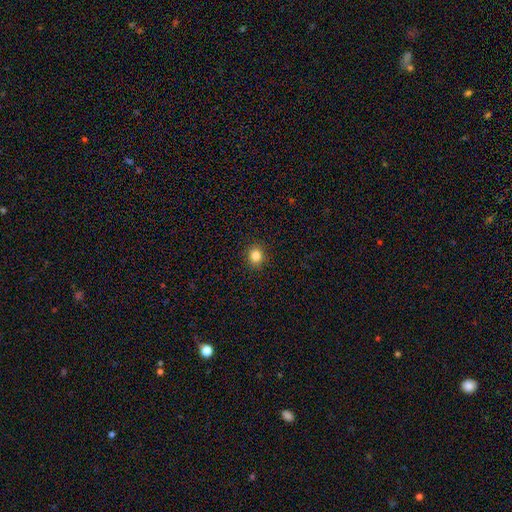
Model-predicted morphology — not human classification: Smooth or featured? Predicted: smooth (p=0.84). How rounded? Predicted: round (p=0.82). Merging? Predicted: none (p=0.91).